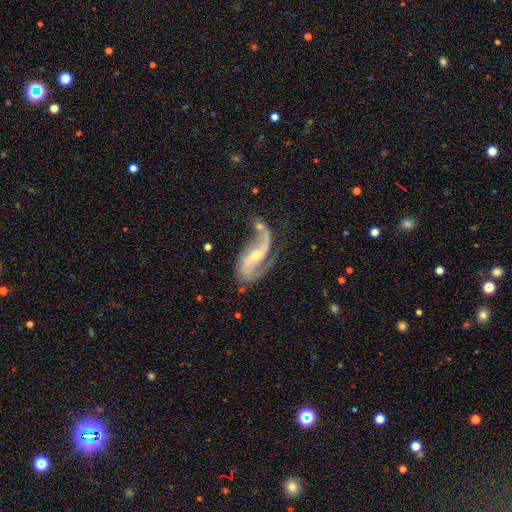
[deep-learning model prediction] This is clearly a featured or disk galaxy (88%). It is clearly not viewed edge-on (95%). Bar: marginally no (36%). Spiral arm pattern: clearly yes (95%). Spiral arm count: clearly 2 (83%). Spiral winding: likely loose (61%). Central bulge: likely small (62%). Merging: marginally none (42%).